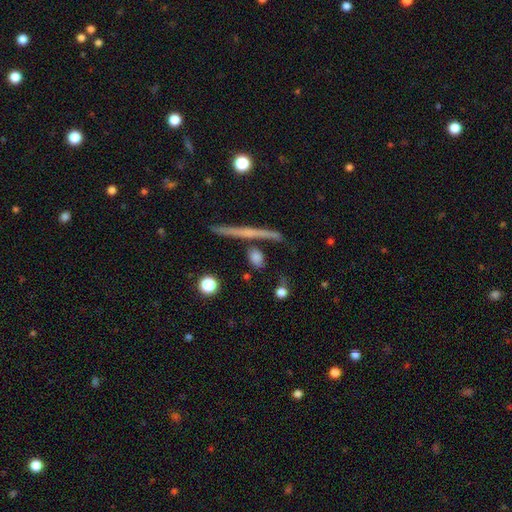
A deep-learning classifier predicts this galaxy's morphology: smooth_or_featured: smooth (p=0.70) [alt: featured or disk p=0.19]
how_rounded: in between (p=0.43) [alt: round p=0.40]
merging: none (p=0.72) [alt: minor disturbance p=0.14]